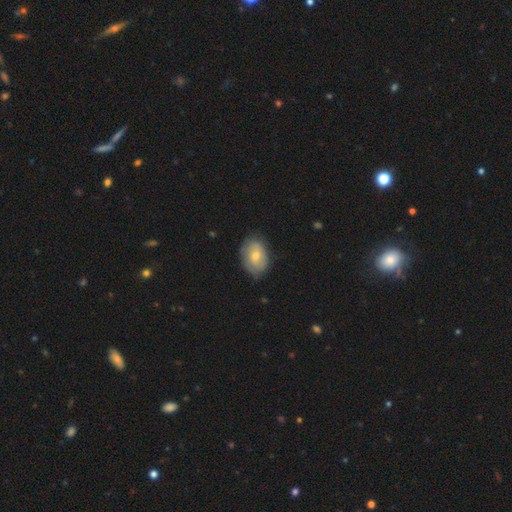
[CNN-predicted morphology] smooth_or_featured: smooth (p=0.58) [alt: featured or disk p=0.36]
how_rounded: in between (p=0.80) [alt: round p=0.19]
merging: none (p=0.71) [alt: minor disturbance p=0.23]